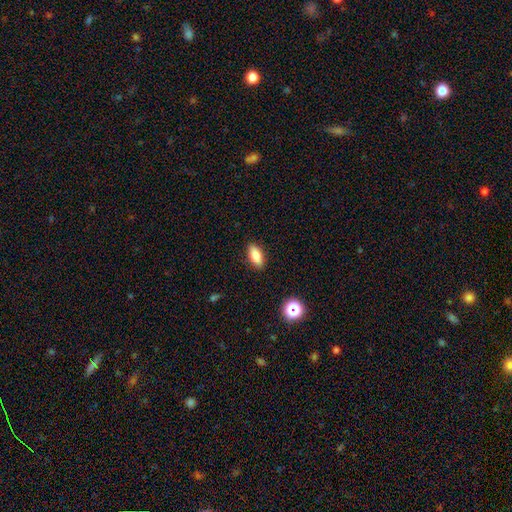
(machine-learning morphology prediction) A smooth galaxy with no disk features (78%) that is in between round and cigar-shaped (82%).

Vote fractions:
- Smooth or featured? smooth: 78% / featured or disk: 13% / star or artifact: 9%
- How rounded? in between: 82% / cigar-shaped: 14% / round: 4%
- Merging? none: 89% / minor disturbance: 8% / major disturbance: 2% / merger: 1%